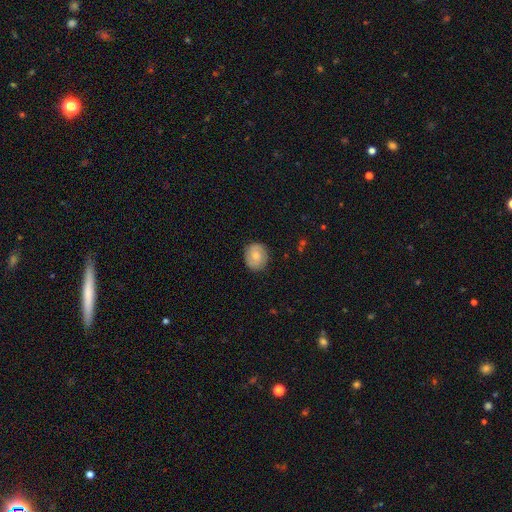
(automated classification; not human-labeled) smooth_or_featured: smooth (p=0.59) [alt: featured or disk p=0.34]
how_rounded: round (p=0.71) [alt: in between p=0.28]
merging: none (p=0.85) [alt: minor disturbance p=0.11]